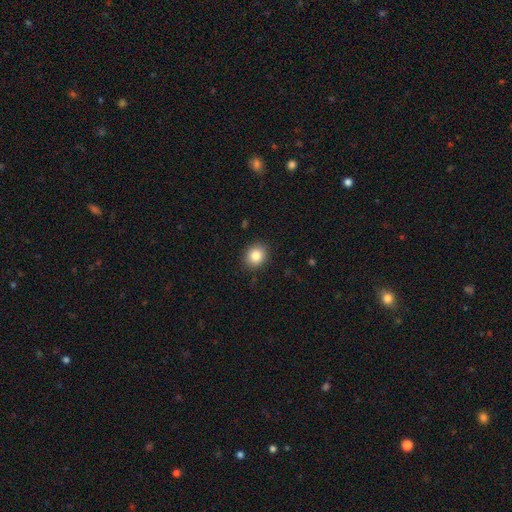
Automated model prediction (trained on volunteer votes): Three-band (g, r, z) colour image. It shows a smooth galaxy with no disk features (84%) that is round (68%). Merging: none (89%).